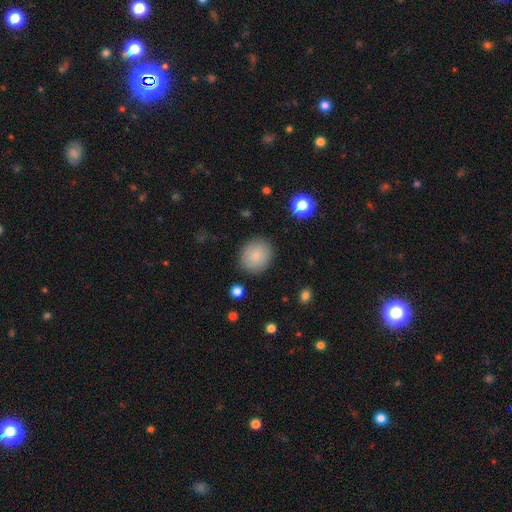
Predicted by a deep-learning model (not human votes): Smooth or featured? Predicted: smooth (p=0.83). How rounded? Predicted: round (p=0.73). Merging? Predicted: none (p=0.87).